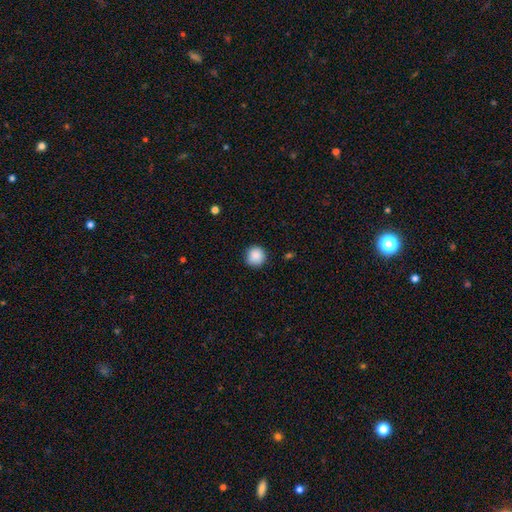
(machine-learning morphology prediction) smooth-or-featured: smooth: 88% | star or artifact: 9% | featured or disk: 3%
  how-rounded: round: 95% | in between: 4% | cigar-shaped: 1%
  merging: none: 87% | minor disturbance: 10% | major disturbance: 2% | merger: 1%